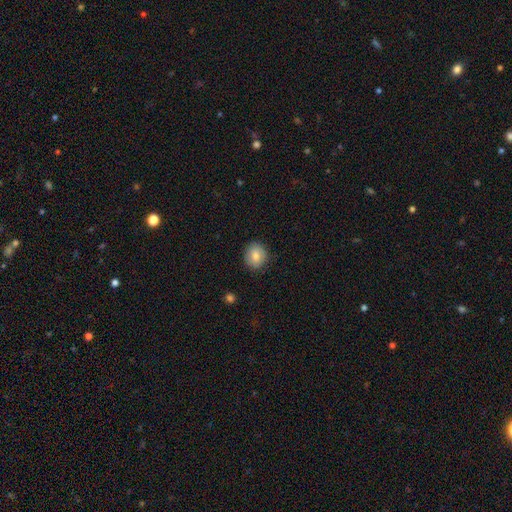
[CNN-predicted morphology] Smooth or featured?
  - smooth: 79% *
  - featured or disk: 12%
  - star or artifact: 8%
How rounded?
  - round: 76% *
  - in between: 23%
  - cigar-shaped: 1%
Merging?
  - none: 87% *
  - minor disturbance: 10%
  - major disturbance: 2%
  - merger: 1%